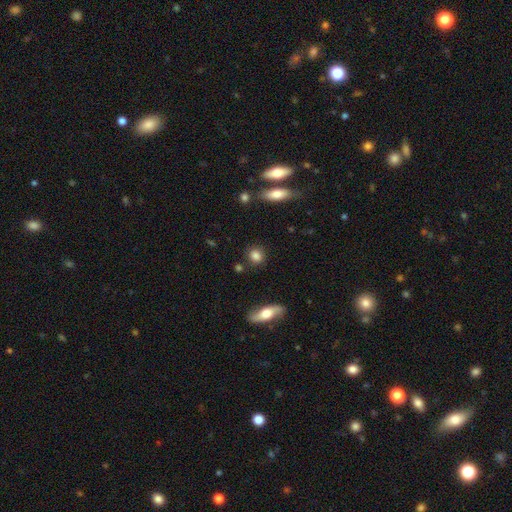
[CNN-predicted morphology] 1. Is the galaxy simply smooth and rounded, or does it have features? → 84% smooth, 9% star or artifact, 7% featured or disk.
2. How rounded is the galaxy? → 75% round, 23% in between, 3% cigar-shaped.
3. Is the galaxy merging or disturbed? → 85% none, 10% minor disturbance, 3% merger, 3% major disturbance.